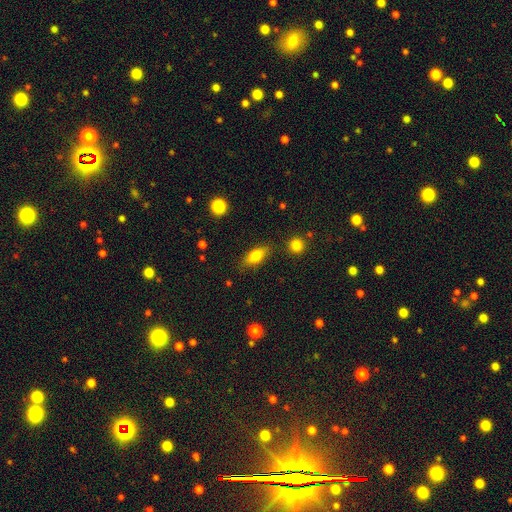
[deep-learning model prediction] A smooth galaxy with no disk features (75%) that is in between round and cigar-shaped (78%). Merging: none (82%).